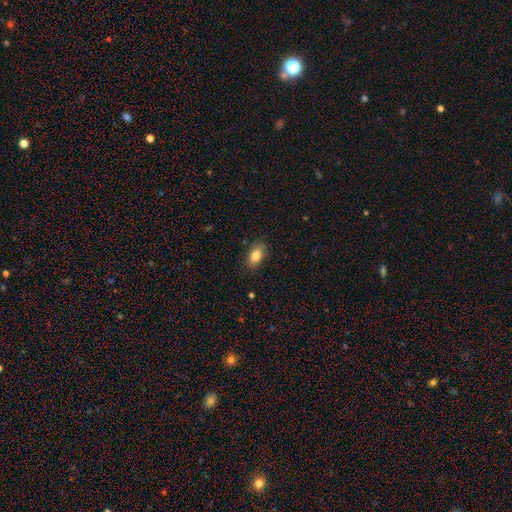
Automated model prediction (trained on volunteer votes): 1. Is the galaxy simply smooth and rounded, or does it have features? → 85% smooth, 8% star or artifact, 7% featured or disk.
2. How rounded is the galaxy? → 89% in between, 7% round, 3% cigar-shaped.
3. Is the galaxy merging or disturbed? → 83% none, 13% minor disturbance, 3% major disturbance, 1% merger.